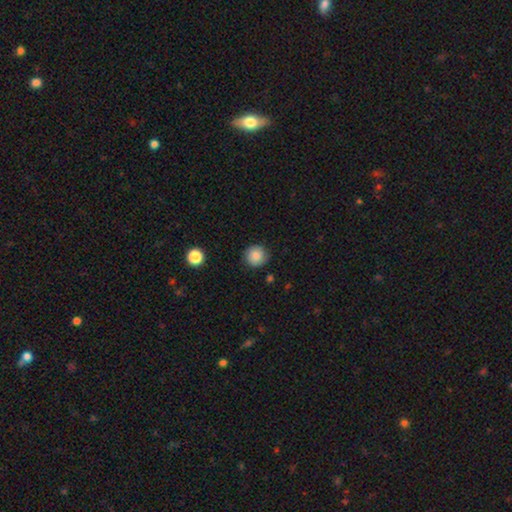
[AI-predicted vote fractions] This is clearly a smooth galaxy (85%). How rounded: clearly round (92%). Merging: clearly none (87%).